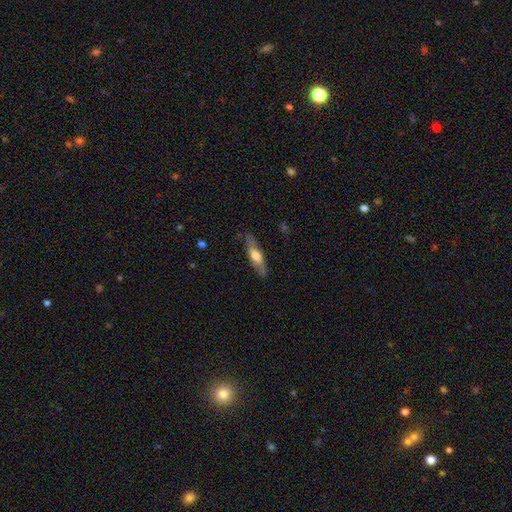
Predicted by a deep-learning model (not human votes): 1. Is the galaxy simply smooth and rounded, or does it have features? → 49% smooth, 45% featured or disk, 6% star or artifact.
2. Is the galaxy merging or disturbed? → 81% none, 14% minor disturbance, 4% major disturbance, 1% merger.